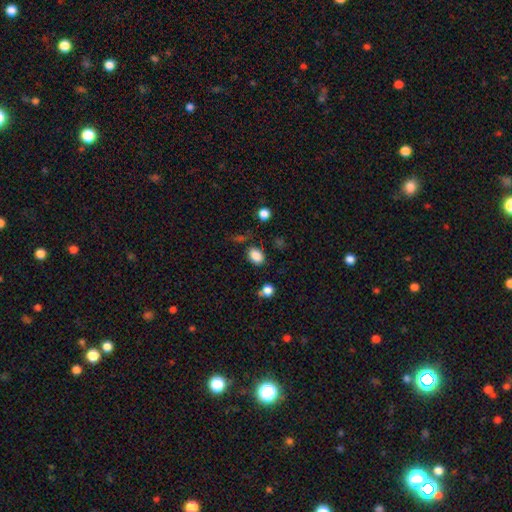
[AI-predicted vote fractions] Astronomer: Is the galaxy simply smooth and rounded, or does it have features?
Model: smooth — 85%.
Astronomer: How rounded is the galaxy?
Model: in between — 71%.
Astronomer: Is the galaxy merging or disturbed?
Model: none — 76%.